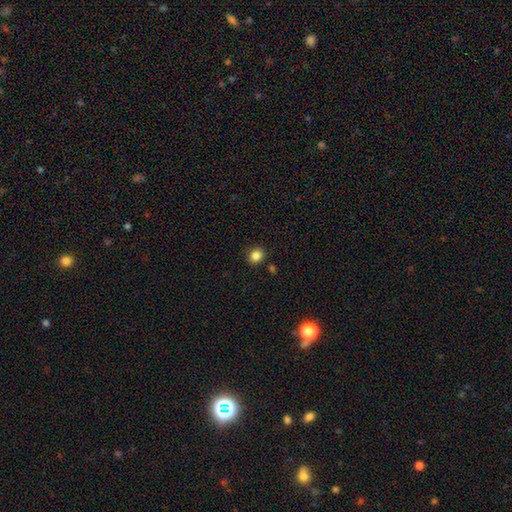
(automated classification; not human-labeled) Smooth or featured? smooth (84%)
How rounded? round (80%)
Merging? none (87%)